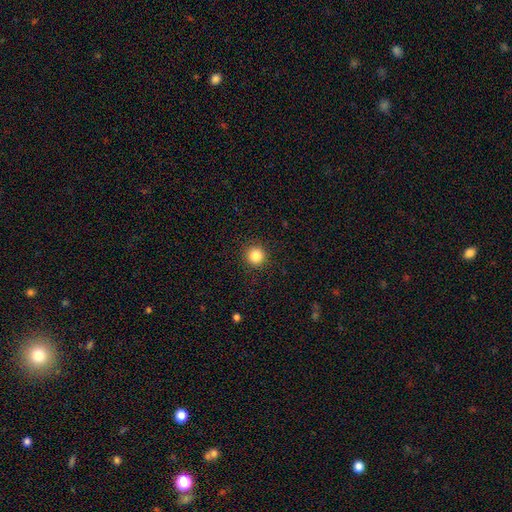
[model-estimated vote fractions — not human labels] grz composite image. It shows a smooth galaxy with no disk features (84%) that is round (95%). Merging: none (92%).